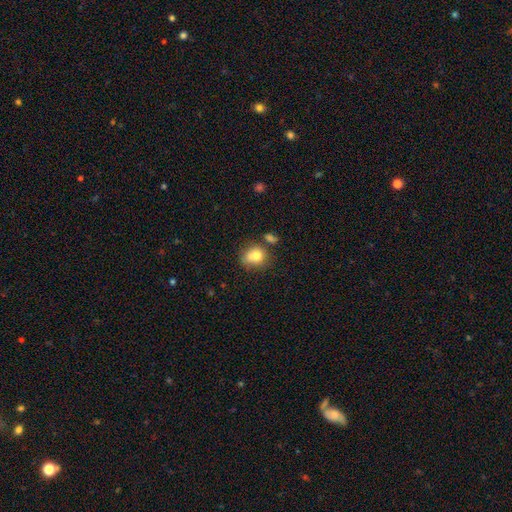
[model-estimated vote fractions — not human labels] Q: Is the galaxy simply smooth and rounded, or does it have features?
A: smooth — 77%.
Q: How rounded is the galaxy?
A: round — 58%.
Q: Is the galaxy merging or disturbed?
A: none — 48%.